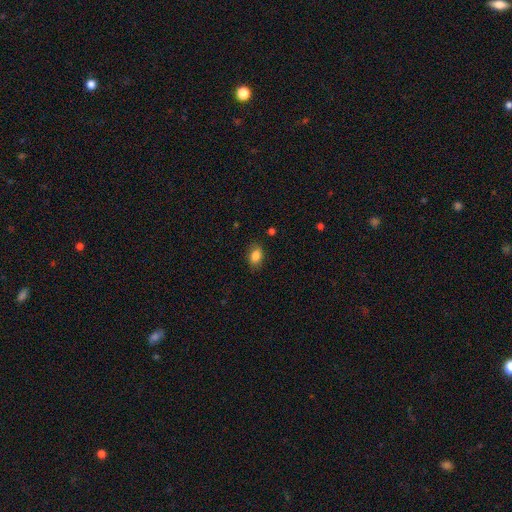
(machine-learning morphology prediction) Smooth or featured? smooth (84%)
How rounded? in between (85%)
Merging? none (83%)